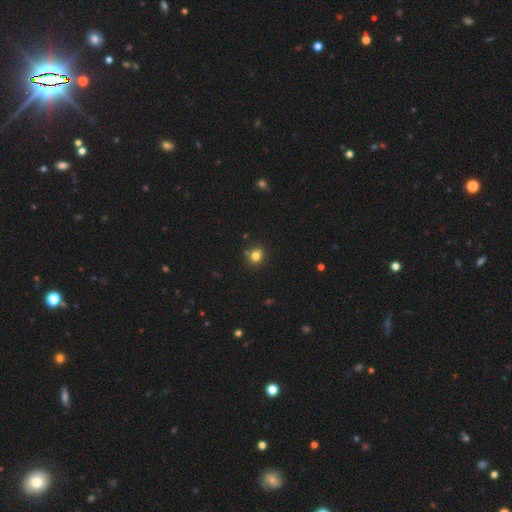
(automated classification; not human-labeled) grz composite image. It shows a smooth galaxy with no disk features (81%) that is round (79%). Merging: none (82%).